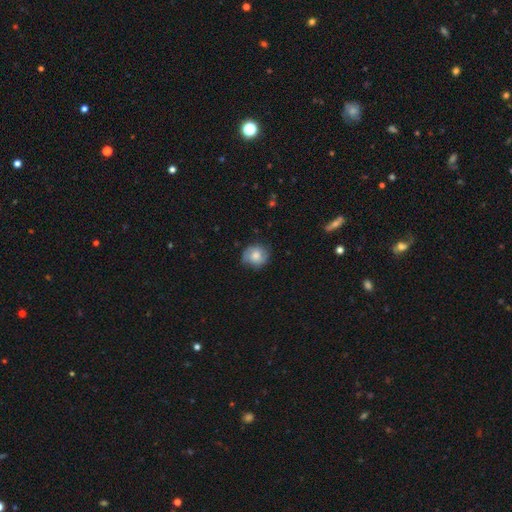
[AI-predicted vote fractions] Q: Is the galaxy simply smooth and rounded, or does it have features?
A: smooth — 58%.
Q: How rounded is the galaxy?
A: round — 79%.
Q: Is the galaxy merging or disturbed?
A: none — 75%.